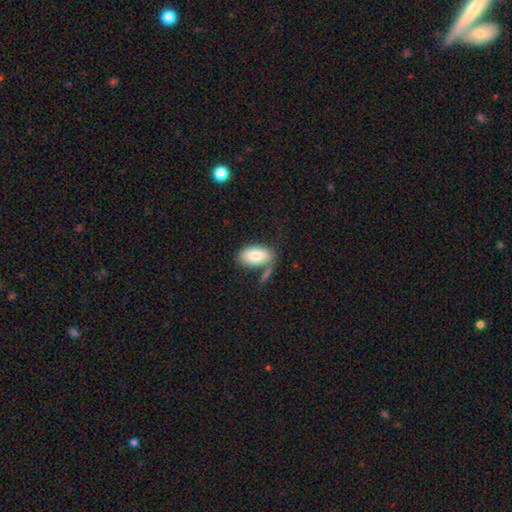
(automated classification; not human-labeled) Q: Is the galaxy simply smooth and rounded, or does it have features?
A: smooth — 81%.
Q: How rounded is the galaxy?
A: in between — 93%.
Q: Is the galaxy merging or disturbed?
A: none — 56%.